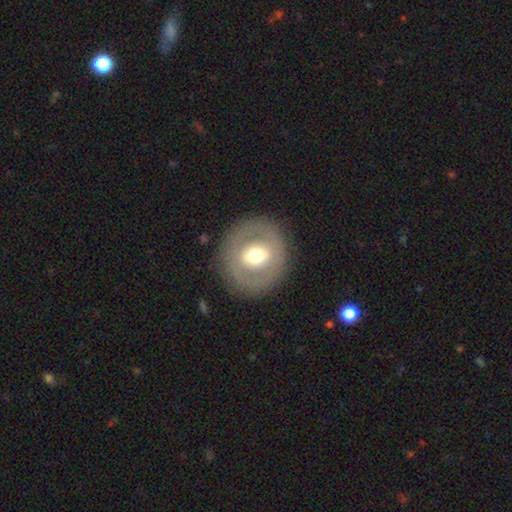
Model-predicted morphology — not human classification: Smooth or featured: featured or disk — 52% (smooth — 41%)
Edge-on disk: no — 94% (yes — 6%)
Merging: none — 86% (minor disturbance — 9%)